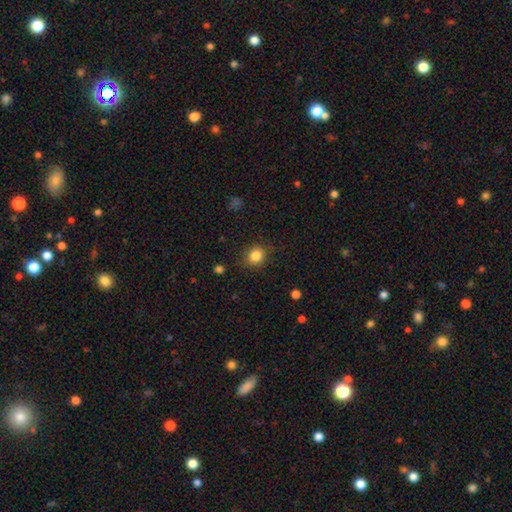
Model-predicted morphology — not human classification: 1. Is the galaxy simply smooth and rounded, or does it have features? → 84% smooth, 11% star or artifact, 5% featured or disk.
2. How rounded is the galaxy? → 79% round, 20% in between, 1% cigar-shaped.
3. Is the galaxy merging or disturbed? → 84% none, 12% minor disturbance, 3% major disturbance, 1% merger.